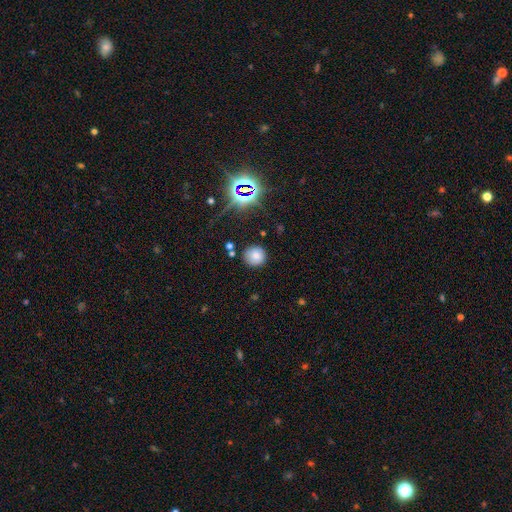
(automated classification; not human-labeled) This appears to be a smooth galaxy with no disk features (74%) that is round (93%). Merging: none (86%).